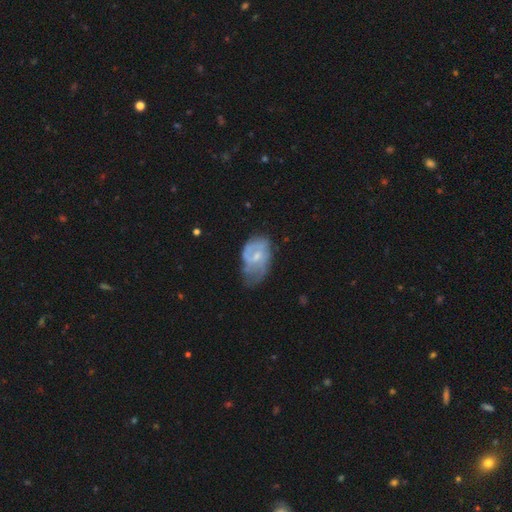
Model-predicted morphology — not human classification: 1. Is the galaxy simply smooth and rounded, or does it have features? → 62% featured or disk, 31% smooth, 7% star or artifact.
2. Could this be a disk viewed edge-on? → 97% no, 3% yes.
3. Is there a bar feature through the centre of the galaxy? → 52% weak, 38% no, 9% strong.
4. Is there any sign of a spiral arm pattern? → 73% yes, 27% no.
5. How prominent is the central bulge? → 49% small, 36% moderate, 13% none, 2% large, 1% dominant.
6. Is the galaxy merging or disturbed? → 35% none (tied), 35% minor disturbance (tied), 27% major disturbance, 2% merger.